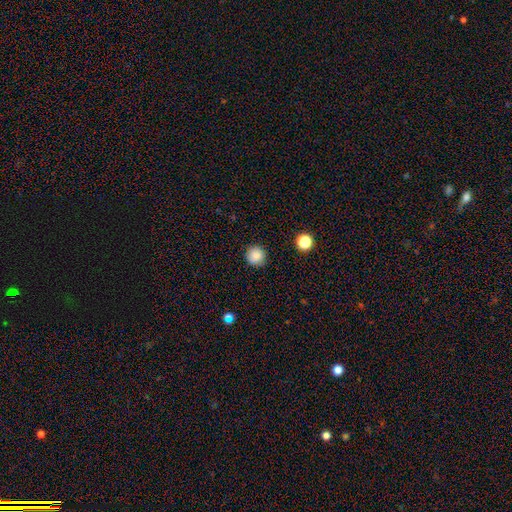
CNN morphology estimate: smooth_or_featured: smooth (p=0.85) [alt: star or artifact p=0.10]
how_rounded: round (p=0.95) [alt: in between p=0.04]
merging: none (p=0.91) [alt: minor disturbance p=0.06]